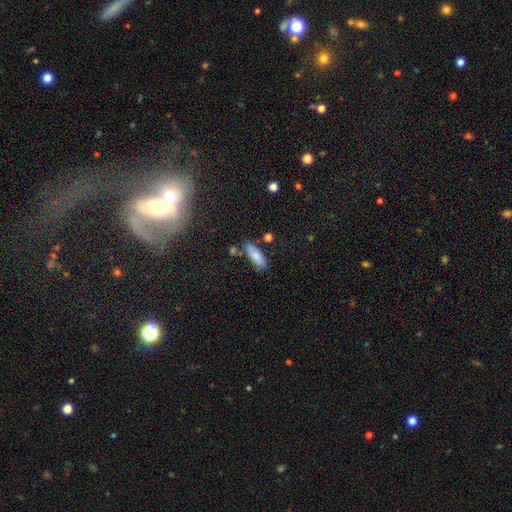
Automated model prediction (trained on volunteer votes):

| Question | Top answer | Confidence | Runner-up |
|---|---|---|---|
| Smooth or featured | smooth | 80% | featured or disk (12%) |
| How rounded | in between | 63% | cigar-shaped (35%) |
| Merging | none | 79% | minor disturbance (12%) |